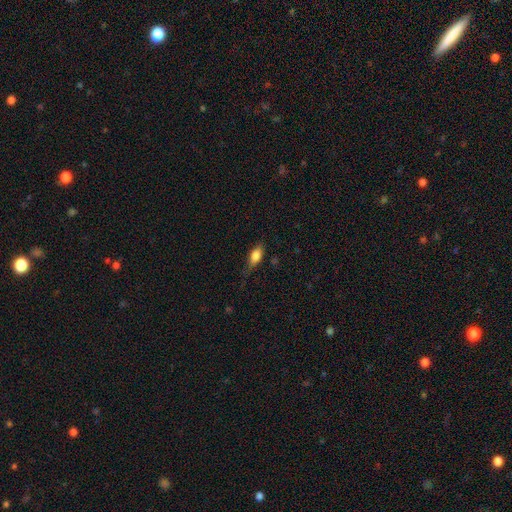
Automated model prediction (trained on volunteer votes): Q: Smooth or featured?
A: smooth (76%); runner-up: featured or disk (16%)
Q: How rounded?
A: in between (80%); runner-up: cigar-shaped (15%)
Q: Merging?
A: none (62%); runner-up: minor disturbance (27%)